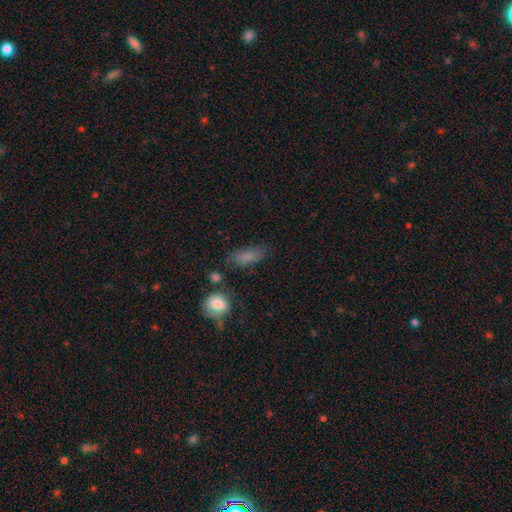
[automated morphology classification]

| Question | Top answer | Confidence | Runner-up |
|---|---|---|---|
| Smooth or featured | smooth | 54% | star or artifact (27%) |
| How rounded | in between | 66% | round (17%) |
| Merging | none | 68% | minor disturbance (14%) |